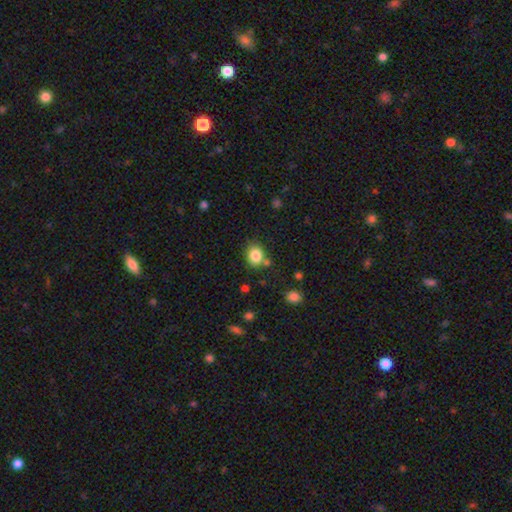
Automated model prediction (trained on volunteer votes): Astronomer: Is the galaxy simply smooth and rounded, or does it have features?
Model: smooth — 84%.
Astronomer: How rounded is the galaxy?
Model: round — 57% (runner-up: in between, 42%).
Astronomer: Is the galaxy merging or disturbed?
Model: none — 74%.